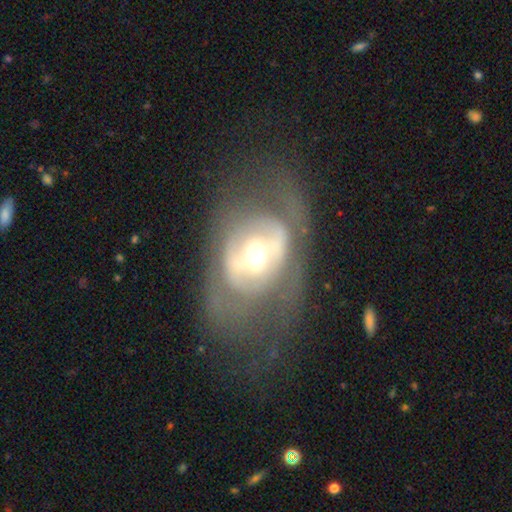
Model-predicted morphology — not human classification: A featured or disk galaxy (73%) with no bar (36%, tied with weak), spiral arms (52%) and a moderate central bulge (65%).

Vote fractions:
- Smooth or featured? featured or disk: 73% / smooth: 19% / star or artifact: 7%
- Edge-on disk? no: 93% / yes: 7%
- Bar? no: 36% (tied) / weak: 36% (tied) / strong: 28%
- Spiral arms? yes: 52% / no: 48%
- Bulge size? moderate: 65% / large: 16% / small: 16% / dominant: 2% / none: 1%
- Merging? none: 50% / major disturbance: 28% / minor disturbance: 20% / merger: 3%